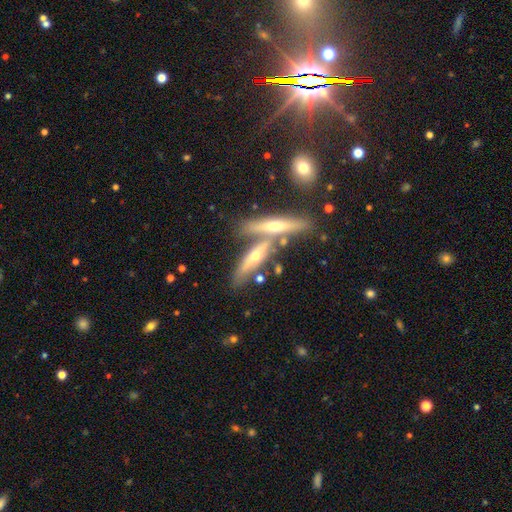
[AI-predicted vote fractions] smooth_or_featured: featured or disk (p=0.64) [alt: smooth p=0.29]
disk_edge_on: yes (p=0.83) [alt: no p=0.17]
edge_on_bulge: rounded (p=0.86) [alt: none p=0.11]
merging: none (p=0.52) [alt: merger p=0.34]